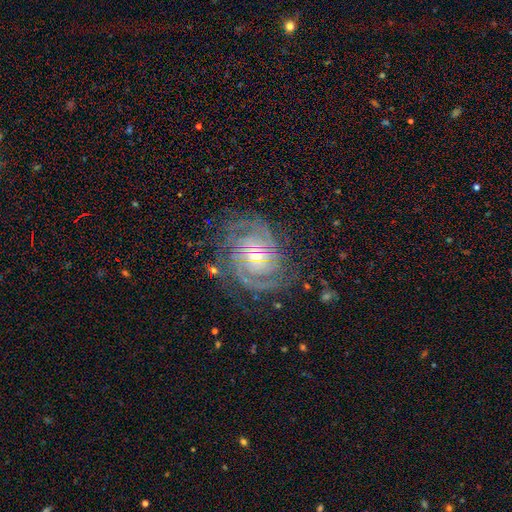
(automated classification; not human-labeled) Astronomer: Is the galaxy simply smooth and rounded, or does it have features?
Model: featured or disk — 88%.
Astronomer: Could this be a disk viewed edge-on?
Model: no — 97%.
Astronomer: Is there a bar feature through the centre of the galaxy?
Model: no — 52% (runner-up: weak, 36%).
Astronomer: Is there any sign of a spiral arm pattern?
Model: yes — 97%.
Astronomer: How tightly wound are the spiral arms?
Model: tight — 71%.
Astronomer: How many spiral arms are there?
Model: can't tell — 24% (runner-up: 3, 21%).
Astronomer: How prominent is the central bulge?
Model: small — 65%.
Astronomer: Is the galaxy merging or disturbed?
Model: none — 74%.